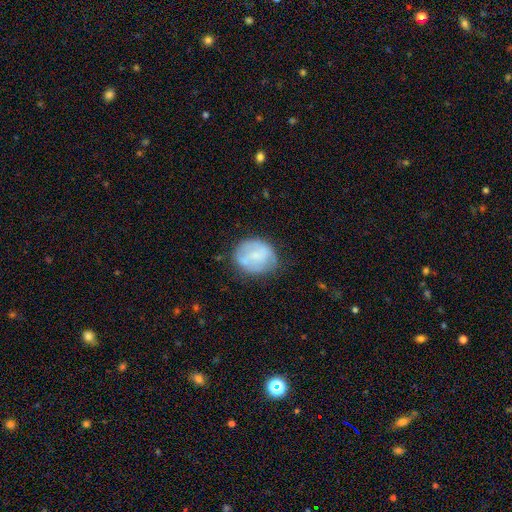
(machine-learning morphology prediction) Smooth or featured?
  - smooth: 53% *
  - featured or disk: 40%
  - star or artifact: 8%
How rounded?
  - round: 63% *
  - in between: 36%
  - cigar-shaped: 1%
Merging?
  - none: 58% *
  - minor disturbance: 27%
  - major disturbance: 11%
  - merger: 4%